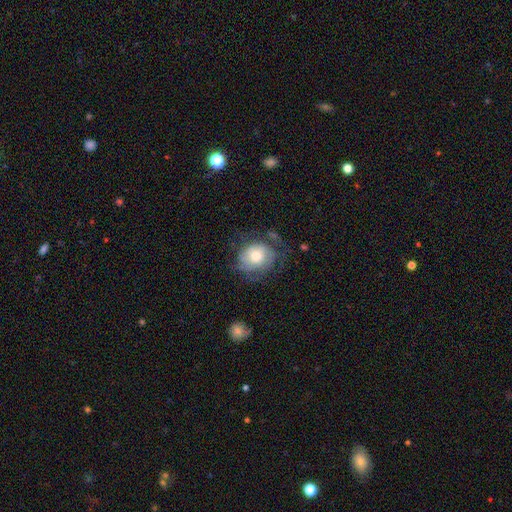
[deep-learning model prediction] Smooth or featured?
  - featured or disk: 53% *
  - smooth: 39%
  - star or artifact: 8%
Edge-on disk?
  - no: 97% *
  - yes: 3%
Bar?
  - no: 81% *
  - weak: 16%
  - strong: 3%
Spiral arms?
  - yes: 76% *
  - no: 24%
Bulge size?
  - moderate: 59% *
  - large: 23%
  - small: 14%
  - dominant: 2%
  - none: 2%
Merging?
  - none: 55% *
  - minor disturbance: 25%
  - major disturbance: 18%
  - merger: 2%